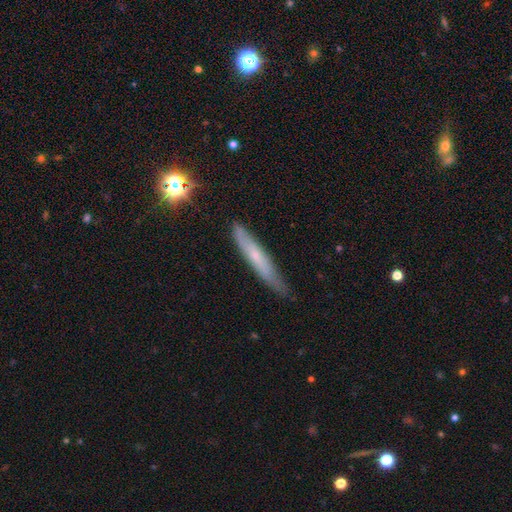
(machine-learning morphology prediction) Smooth or featured?
  - smooth: 50% *
  - featured or disk: 42%
  - star or artifact: 8%
Merging?
  - none: 76% *
  - minor disturbance: 20%
  - major disturbance: 3%
  - merger: 2%